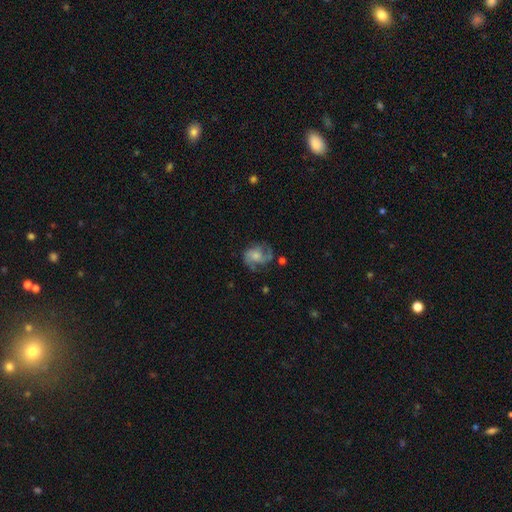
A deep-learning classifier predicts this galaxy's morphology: Q: Smooth or featured?
A: featured or disk (61%); runner-up: smooth (30%)
Q: Edge-on disk?
A: no (98%); runner-up: yes (2%)
Q: Bar?
A: no (69%); runner-up: weak (27%)
Q: Spiral arms?
A: yes (86%); runner-up: no (14%)
Q: Spiral winding?
A: medium (49%); runner-up: loose (28%)
Q: Spiral arm count?
A: 2 (59%); runner-up: can't tell (15%)
Q: Bulge size?
A: moderate (36%); runner-up: small (32%)
Q: Merging?
A: none (55%); runner-up: minor disturbance (23%)